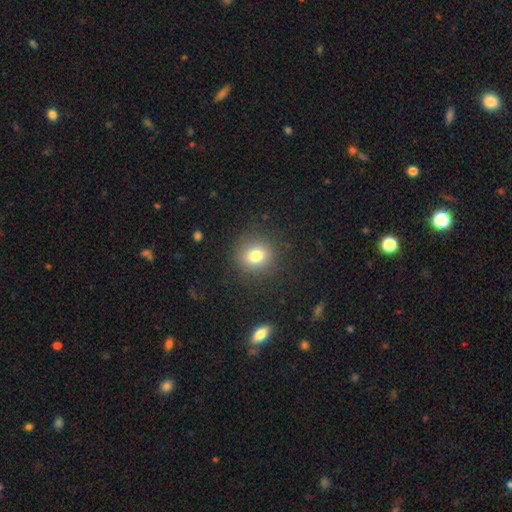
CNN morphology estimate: smooth 78%, star or artifact 13%, featured or disk 10%. Down the decision tree: how rounded — round (84%); merging — none (88%).